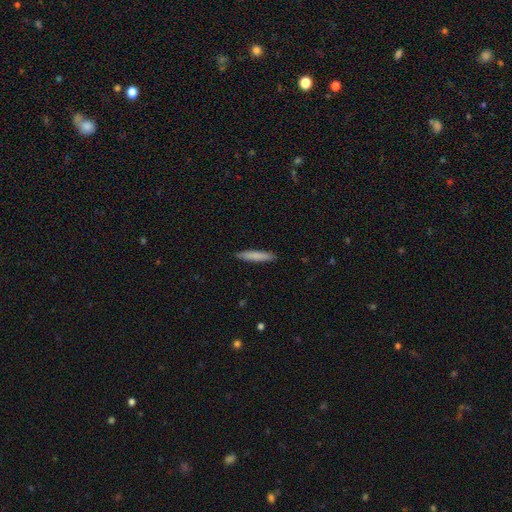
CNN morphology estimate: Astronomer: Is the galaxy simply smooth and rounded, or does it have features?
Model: smooth — 81%.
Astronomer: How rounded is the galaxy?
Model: cigar-shaped — 92%.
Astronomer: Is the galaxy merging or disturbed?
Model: none — 90%.